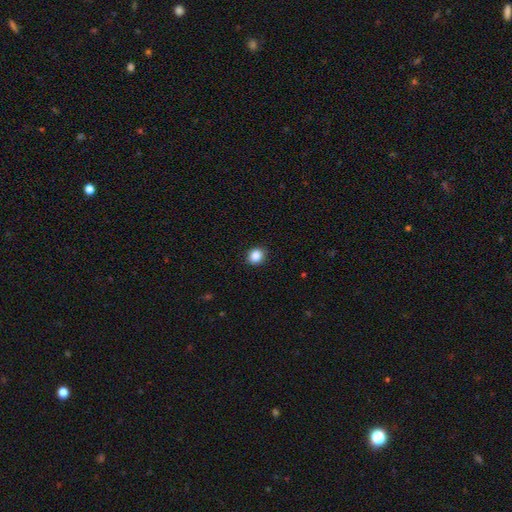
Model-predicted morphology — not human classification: A smooth galaxy with no disk features (87%) that is round (73%). Merging: none (91%).